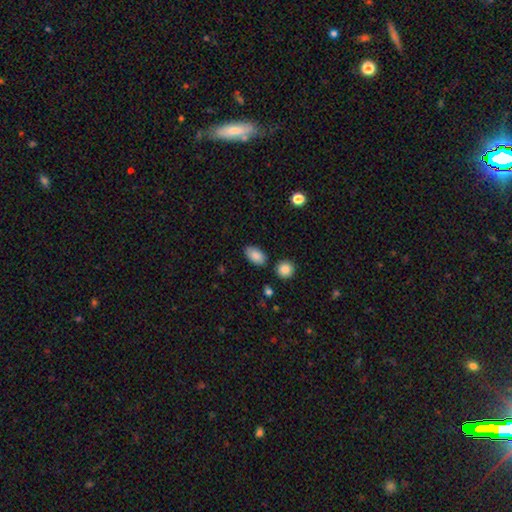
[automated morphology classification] This appears to be a smooth galaxy with no disk features (87%) that is in between round and cigar-shaped (92%). Merging: none (81%).